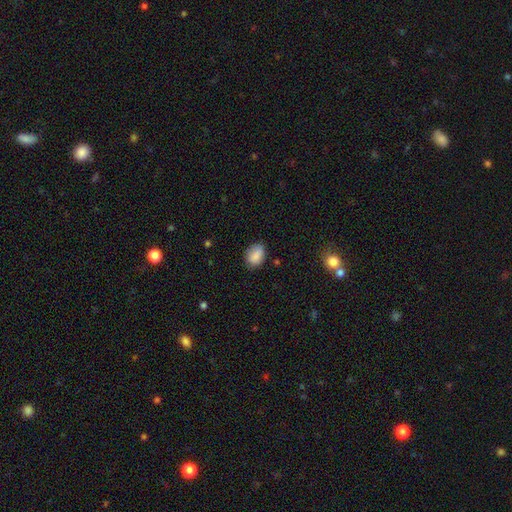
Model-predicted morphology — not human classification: Overall: smooth (86%). How rounded: in between (70%). Merging: none (75%).